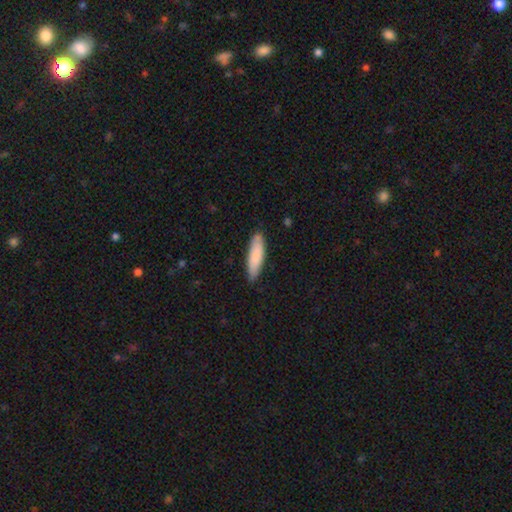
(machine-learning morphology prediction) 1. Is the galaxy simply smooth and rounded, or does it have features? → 84% smooth, 11% featured or disk, 5% star or artifact.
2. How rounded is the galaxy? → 65% cigar-shaped, 33% in between, 1% round.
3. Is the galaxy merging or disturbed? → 82% none, 14% minor disturbance, 2% major disturbance, 2% merger.